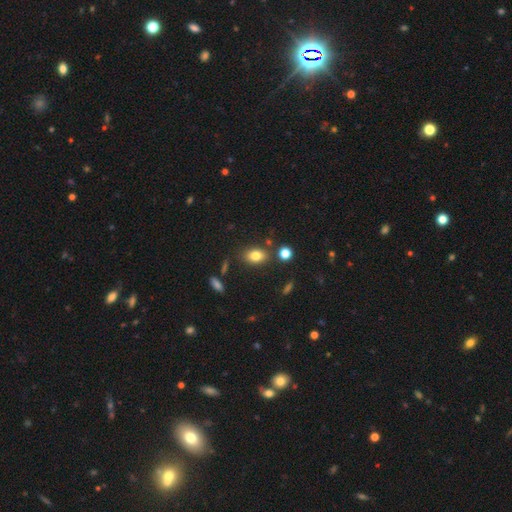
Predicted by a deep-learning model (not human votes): Smooth or featured?
  - smooth: 79% *
  - star or artifact: 11%
  - featured or disk: 10%
How rounded?
  - in between: 78% *
  - round: 20%
  - cigar-shaped: 2%
Merging?
  - none: 77% *
  - minor disturbance: 13%
  - merger: 7%
  - major disturbance: 4%